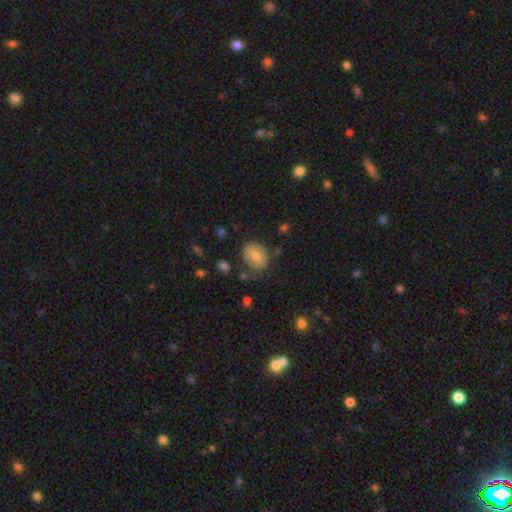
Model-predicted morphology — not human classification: A smooth galaxy with no disk features (61%) that is round (58%).

Vote fractions:
- Smooth or featured? smooth: 61% / featured or disk: 31% / star or artifact: 8%
- How rounded? round: 58% / in between: 41% / cigar-shaped: 1%
- Merging? none: 68% / minor disturbance: 21% / major disturbance: 8% / merger: 3%